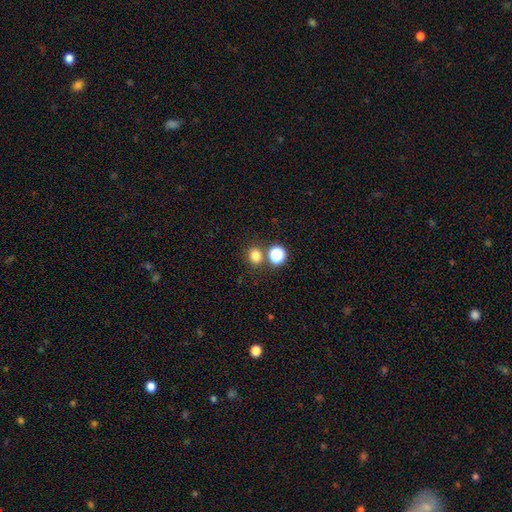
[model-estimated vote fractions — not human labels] Morphology: type=smooth (78%); roundness=round (78%); merging=none (74%).